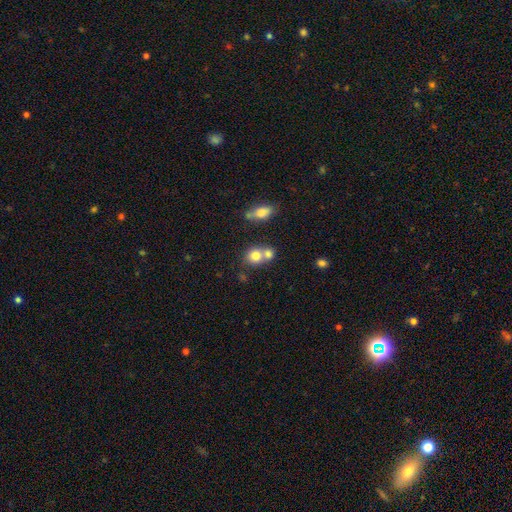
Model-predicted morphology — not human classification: A smooth galaxy with no disk features (77%) that is round (74%). Merging: merger (51%).